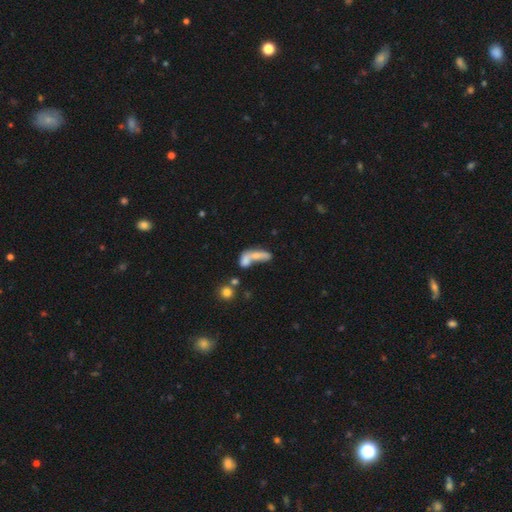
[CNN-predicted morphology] This appears to be a smooth galaxy with no disk features (63%) that is in between round and cigar-shaped (59%). Merging: merger (61%).